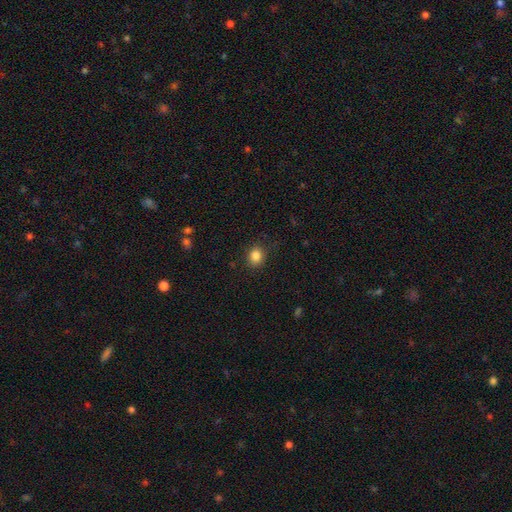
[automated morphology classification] A smooth galaxy with no disk features (85%) that is round (66%). Merging: none (87%).